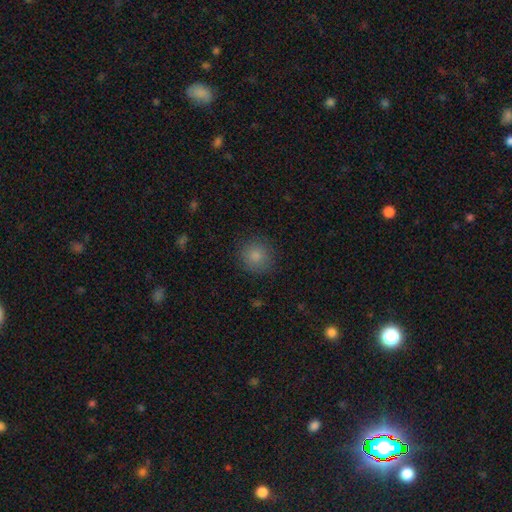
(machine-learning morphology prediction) Smooth or featured?
  - smooth: 85% *
  - star or artifact: 10%
  - featured or disk: 6%
How rounded?
  - round: 91% *
  - in between: 8%
  - cigar-shaped: 1%
Merging?
  - none: 87% *
  - minor disturbance: 9%
  - major disturbance: 3%
  - merger: 1%